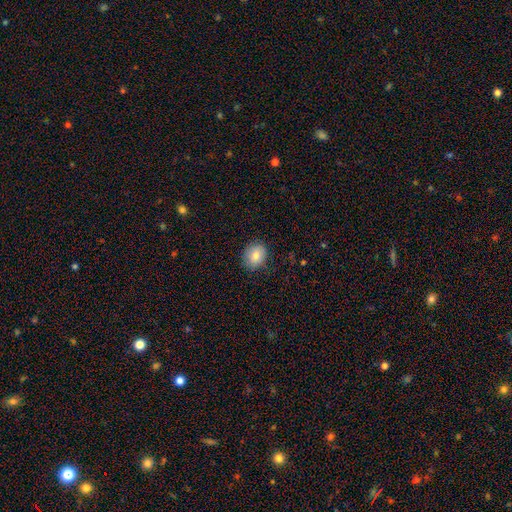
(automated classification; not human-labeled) This appears to be a smooth galaxy with no disk features (81%) that is round (64%). Merging: none (86%).